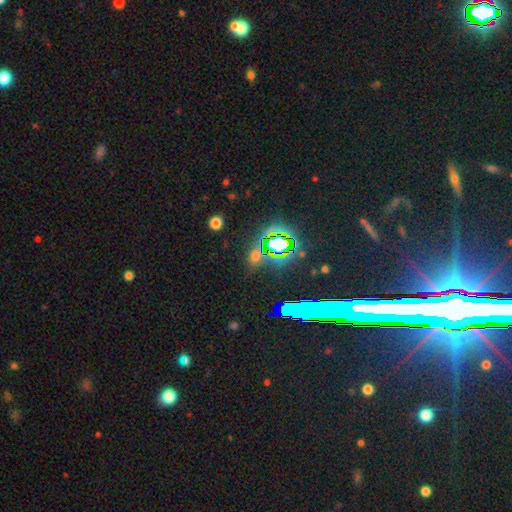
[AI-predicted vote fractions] A star or artifact, not a galaxy (56%).

Vote fractions:
- Smooth or featured? star or artifact: 56% / smooth: 34% / featured or disk: 10%